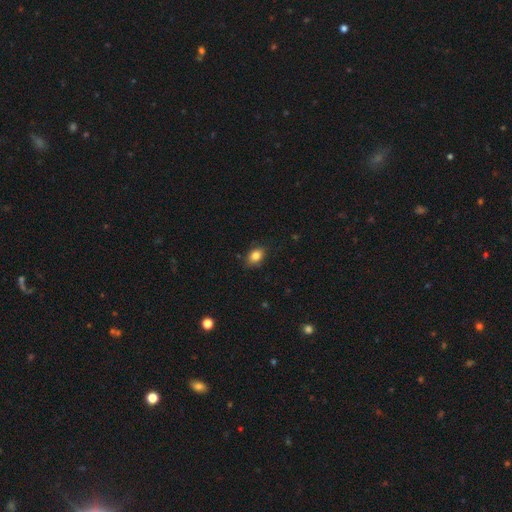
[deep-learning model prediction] This is clearly a smooth galaxy (84%). How rounded: likely in between (74%). Merging: clearly none (83%).